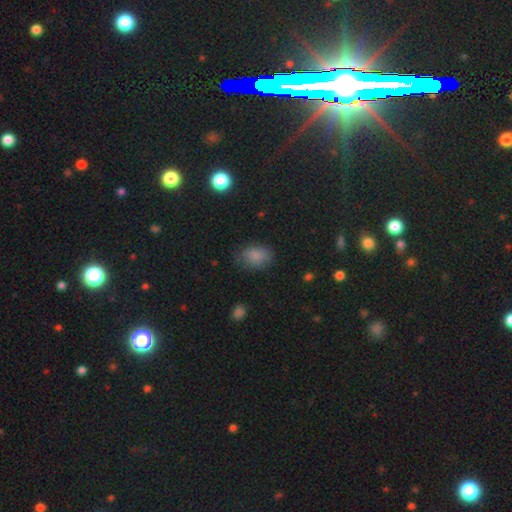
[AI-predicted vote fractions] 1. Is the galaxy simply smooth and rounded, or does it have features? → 83% smooth, 11% star or artifact, 6% featured or disk.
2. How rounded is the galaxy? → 78% in between, 21% round, 1% cigar-shaped.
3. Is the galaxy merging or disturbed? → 71% none, 21% minor disturbance, 6% major disturbance, 1% merger.